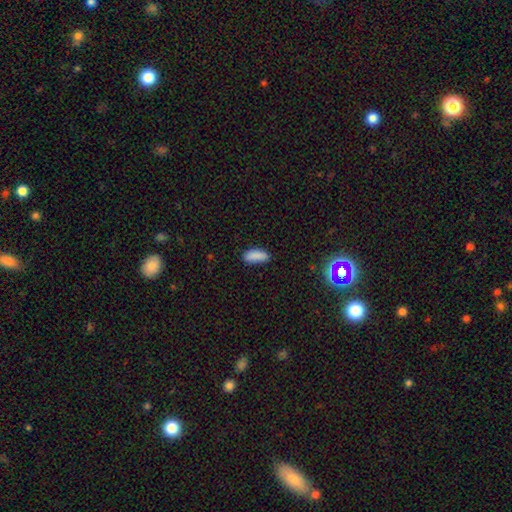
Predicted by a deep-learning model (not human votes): Smooth or featured? Predicted: smooth (p=0.87). How rounded? Predicted: in between (p=0.80). Merging? Predicted: none (p=0.76).